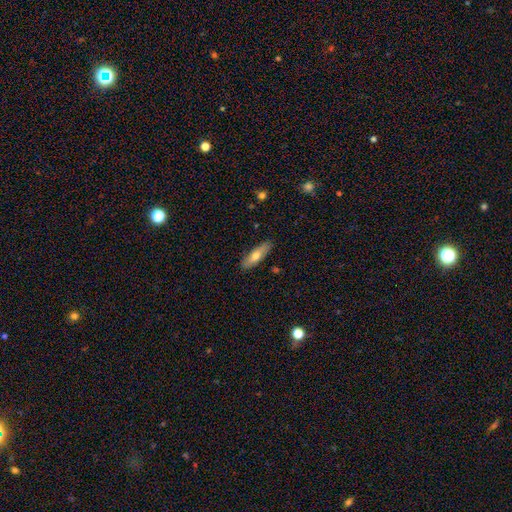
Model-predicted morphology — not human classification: Overall: smooth (66%; featured or disk 28%). How rounded: cigar-shaped (52%; in between 45%). Merging: none (87%).